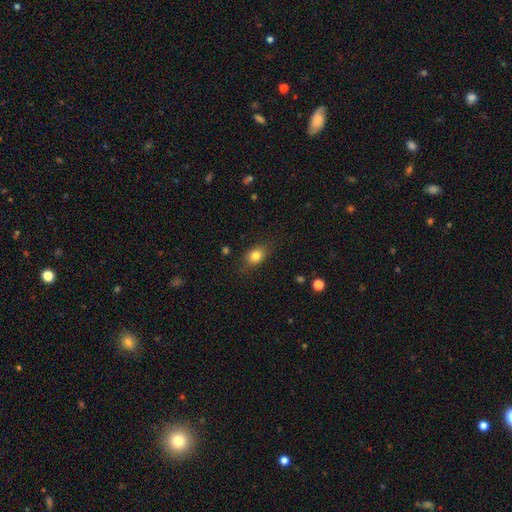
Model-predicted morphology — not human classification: A smooth galaxy with no disk features (82%) that is in between round and cigar-shaped (62%).

Vote fractions:
- Smooth or featured? smooth: 82% / star or artifact: 10% / featured or disk: 9%
- How rounded? in between: 62% / round: 36% / cigar-shaped: 2%
- Merging? none: 79% / minor disturbance: 15% / major disturbance: 4% / merger: 1%